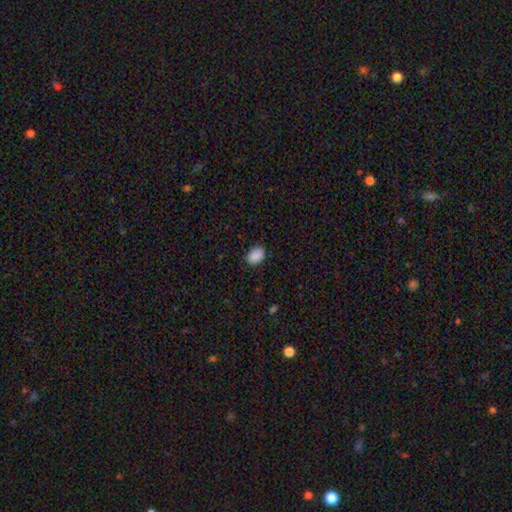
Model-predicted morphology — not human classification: The model was most divided on "how rounded": in between: 73%, round: 26%, cigar-shaped: 1%. More confident: smooth or featured — smooth (89%); merging — none (85%).